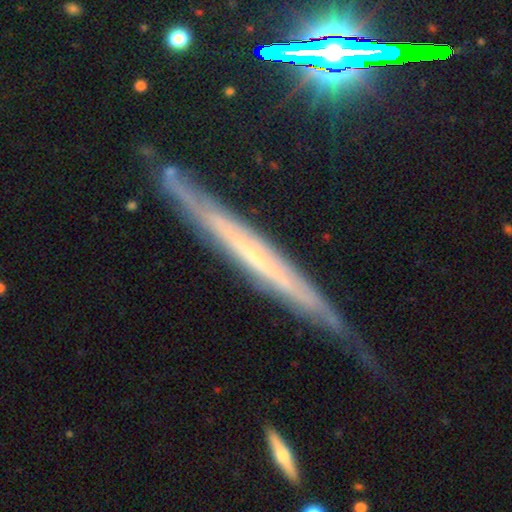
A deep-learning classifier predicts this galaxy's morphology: The model was most divided on "edge-on bulge": none: 72%, rounded: 22%, boxy: 6%. More confident: edge-on disk — yes (88%); merging — none (75%); smooth or featured — featured or disk (72%).